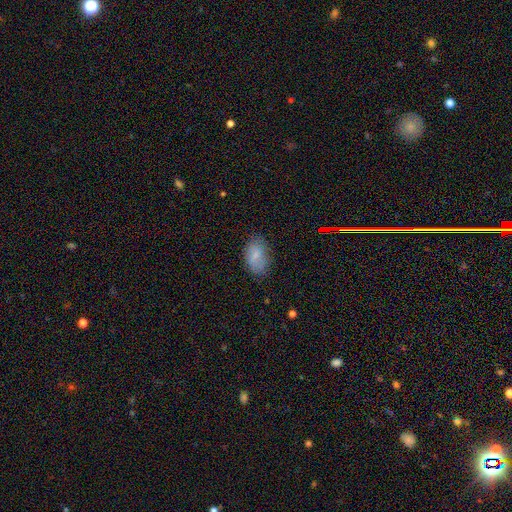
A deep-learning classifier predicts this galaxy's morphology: Smooth or featured: smooth — 75% (featured or disk — 16%)
How rounded: in between — 91% (round — 7%)
Merging: none — 71% (minor disturbance — 22%)